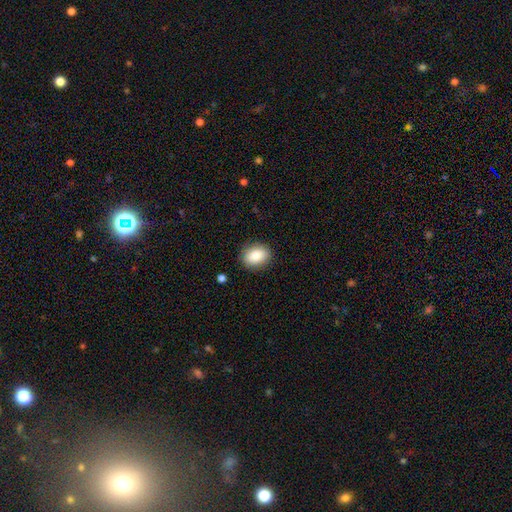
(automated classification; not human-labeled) smooth_or_featured: smooth (p=0.84) [alt: featured or disk p=0.08]
how_rounded: in between (p=0.61) [alt: round p=0.38]
merging: none (p=0.88) [alt: minor disturbance p=0.09]